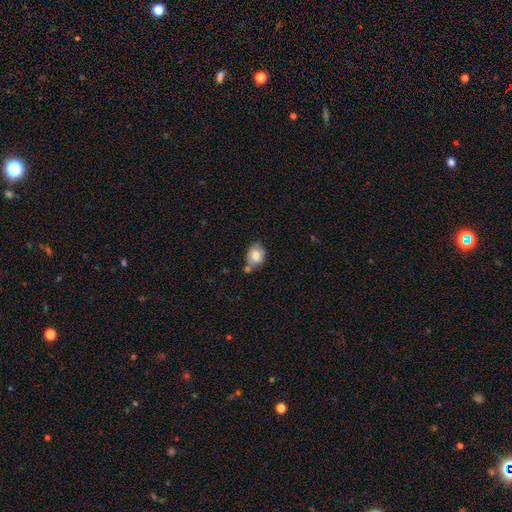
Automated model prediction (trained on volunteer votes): This appears to be a smooth galaxy with no disk features (71%) that is in between round and cigar-shaped (54%). Merging: none (48%).